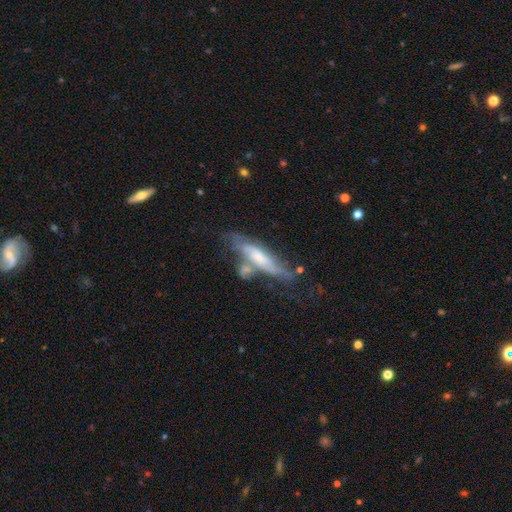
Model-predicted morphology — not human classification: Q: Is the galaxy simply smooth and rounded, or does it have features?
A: featured or disk — 60%.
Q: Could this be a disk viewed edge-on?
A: yes — 70%.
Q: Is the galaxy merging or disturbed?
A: none — 49%.